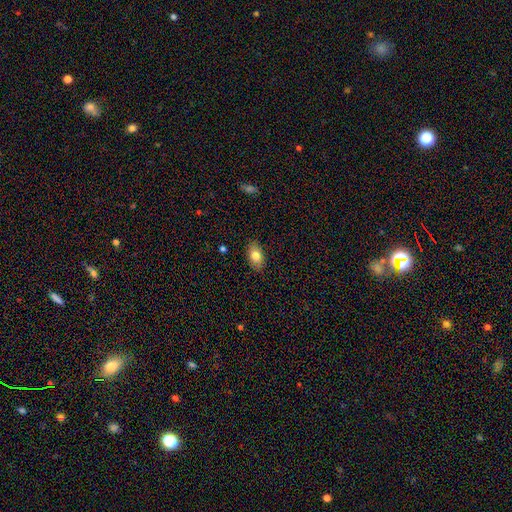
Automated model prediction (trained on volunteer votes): The model was most divided on "smooth or featured": smooth: 78%, featured or disk: 14%, star or artifact: 7%. More confident: how rounded — in between (90%); merging — none (87%).